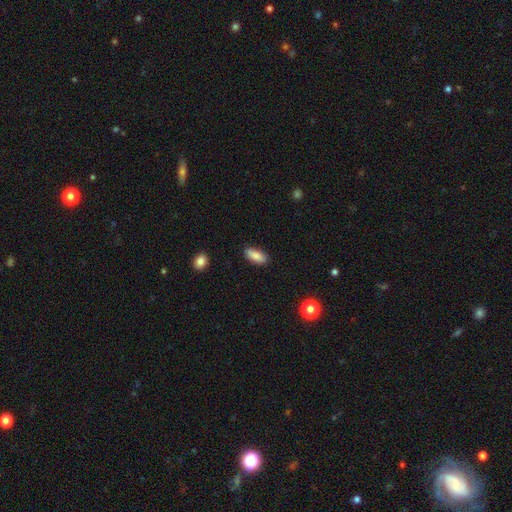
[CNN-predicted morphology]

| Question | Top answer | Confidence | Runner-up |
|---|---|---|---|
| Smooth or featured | smooth | 86% | featured or disk (7%) |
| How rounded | in between | 78% | cigar-shaped (19%) |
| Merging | none | 85% | minor disturbance (11%) |